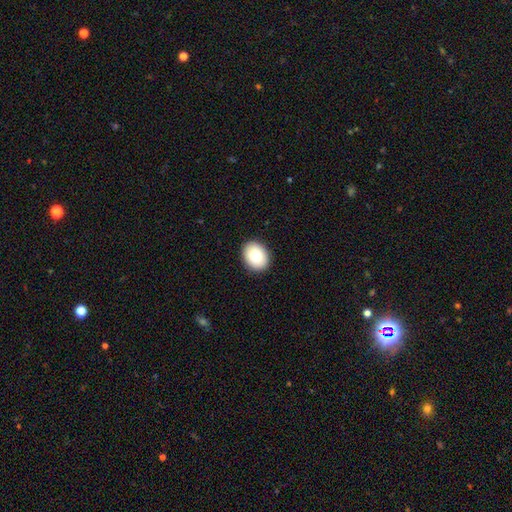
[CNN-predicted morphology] Q: Smooth or featured?
A: smooth (84%); runner-up: featured or disk (9%)
Q: How rounded?
A: in between (58%); runner-up: round (41%)
Q: Merging?
A: none (91%); runner-up: minor disturbance (7%)